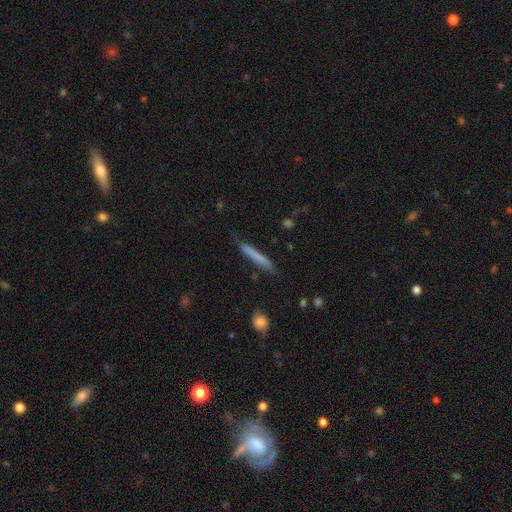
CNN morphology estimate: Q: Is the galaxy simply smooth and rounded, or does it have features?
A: smooth — 69%.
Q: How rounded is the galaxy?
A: cigar-shaped — 96%.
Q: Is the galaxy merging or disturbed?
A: none — 83%.